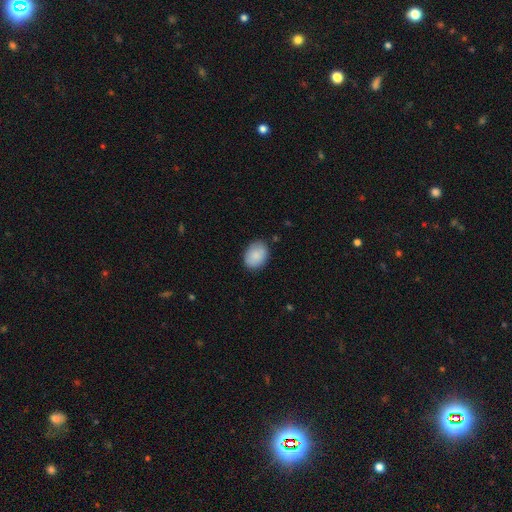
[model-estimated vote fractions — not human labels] The model was most divided on "how rounded": in between: 71%, round: 28%, cigar-shaped: 1%. More confident: smooth or featured — smooth (87%); merging — none (85%).